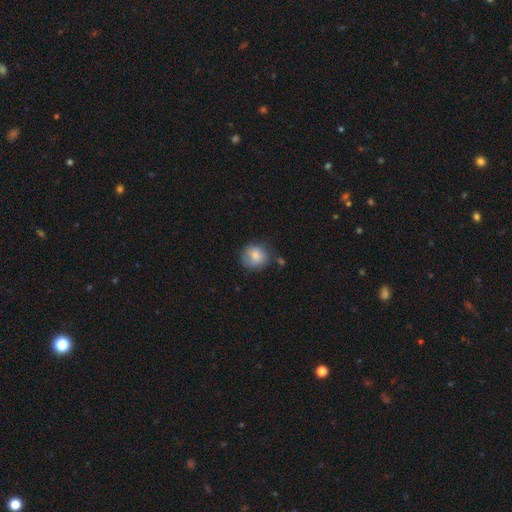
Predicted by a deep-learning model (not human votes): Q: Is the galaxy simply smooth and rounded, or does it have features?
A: smooth — 81%.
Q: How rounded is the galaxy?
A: round — 82%.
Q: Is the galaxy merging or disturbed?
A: none — 68%.